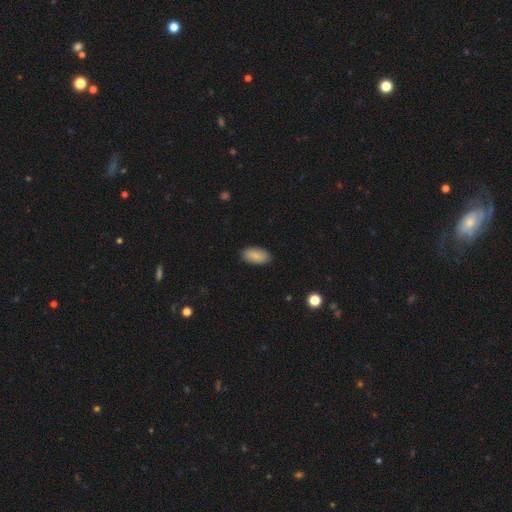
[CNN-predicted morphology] Overall: smooth (86%). How rounded: in between (94%). Merging: none (87%).